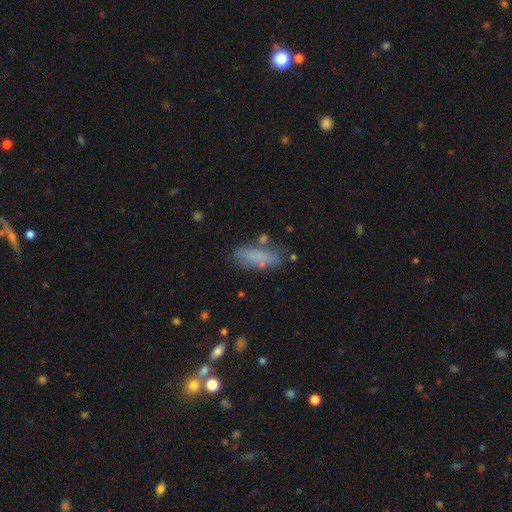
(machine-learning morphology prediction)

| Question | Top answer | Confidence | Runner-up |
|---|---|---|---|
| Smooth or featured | smooth | 69% | featured or disk (19%) |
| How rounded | in between | 60% | cigar-shaped (38%) |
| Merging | none | 64% | minor disturbance (22%) |